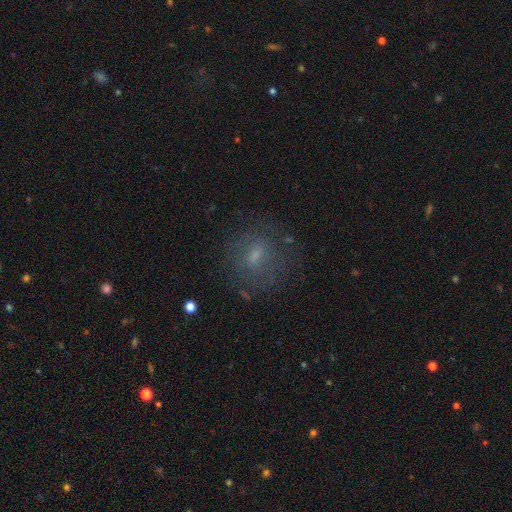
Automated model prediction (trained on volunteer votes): This appears to be a smooth galaxy with no disk features (50%). Merging: none (72%).